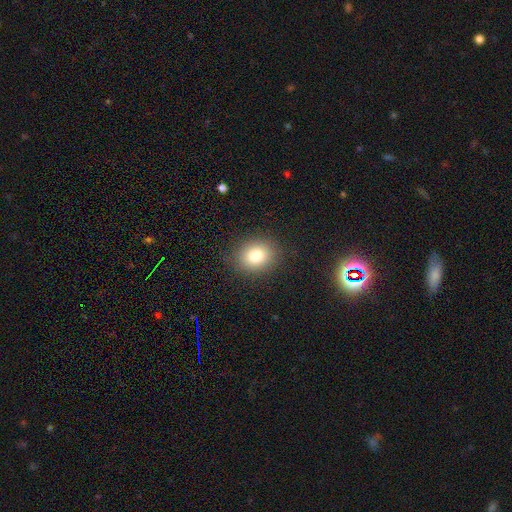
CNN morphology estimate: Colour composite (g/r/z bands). It shows a smooth galaxy with no disk features (80%) that is round (59%). Merging: none (88%).